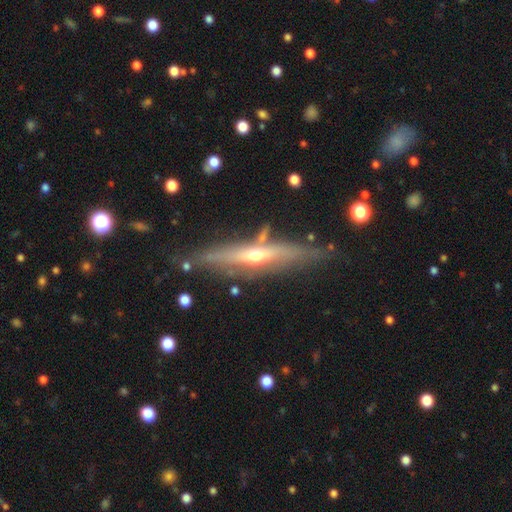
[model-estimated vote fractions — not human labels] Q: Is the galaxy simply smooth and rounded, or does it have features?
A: featured or disk — 72%.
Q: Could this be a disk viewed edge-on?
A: yes — 89%.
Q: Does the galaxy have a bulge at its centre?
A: rounded — 84%.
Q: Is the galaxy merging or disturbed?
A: none — 75%.